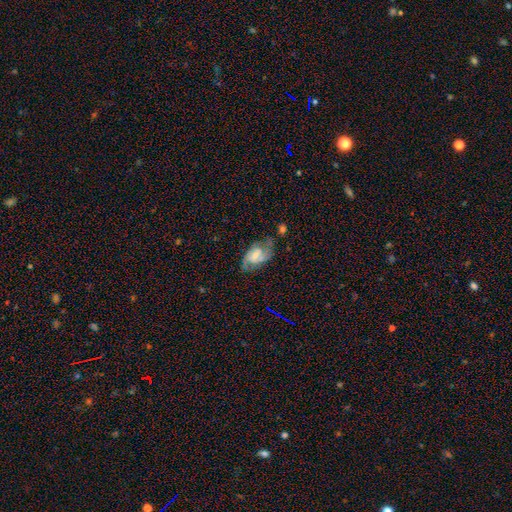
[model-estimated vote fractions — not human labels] Smooth or featured? featured or disk (69%)
Edge-on disk? no (96%)
Bar? weak (50%)
Spiral arms? yes (90%)
Spiral winding? medium (50%)
Spiral arm count? 2 (79%)
Bulge size? small (47%)
Merging? none (57%)